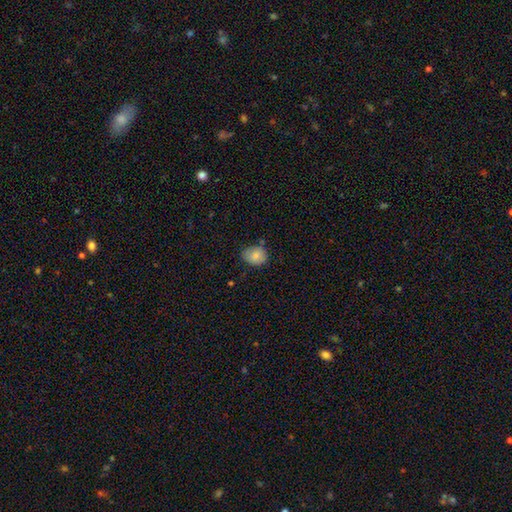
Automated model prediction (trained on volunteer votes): Overall: smooth (84%). How rounded: round (52%; in between 47%). Merging: none (66%; minor disturbance 26%).